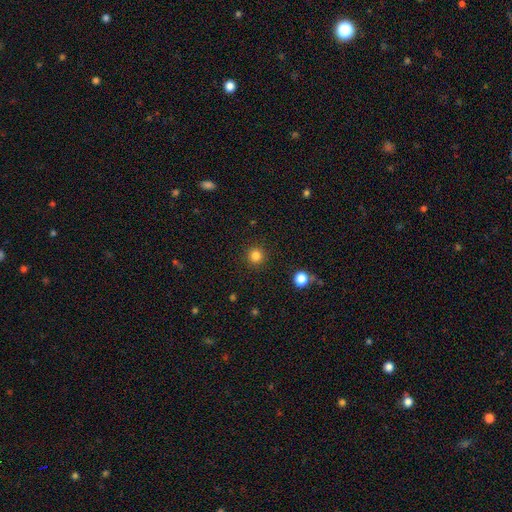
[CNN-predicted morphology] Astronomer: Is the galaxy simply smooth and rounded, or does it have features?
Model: smooth — 84%.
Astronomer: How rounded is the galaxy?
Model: round — 94%.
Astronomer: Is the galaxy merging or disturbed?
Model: none — 91%.